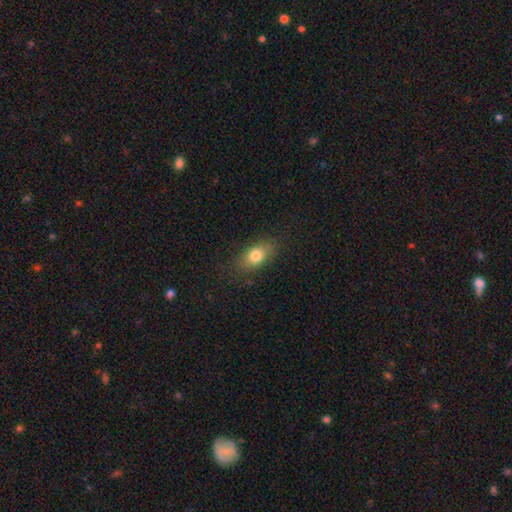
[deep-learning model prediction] Smooth or featured: smooth — 79% (featured or disk — 12%)
How rounded: in between — 81% (round — 14%)
Merging: none — 81% (minor disturbance — 14%)